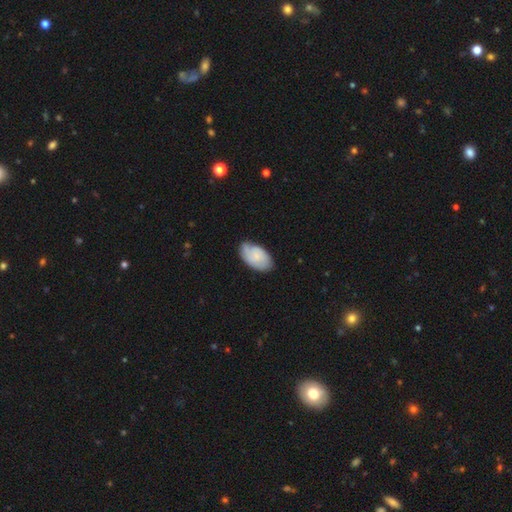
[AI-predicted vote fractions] A smooth galaxy with no disk features (58%) that is in between round and cigar-shaped (94%).

Vote fractions:
- Smooth or featured? smooth: 58% / featured or disk: 35% / star or artifact: 6%
- How rounded? in between: 94% / round: 4% / cigar-shaped: 2%
- Merging? none: 65% / minor disturbance: 26% / major disturbance: 6% / merger: 2%